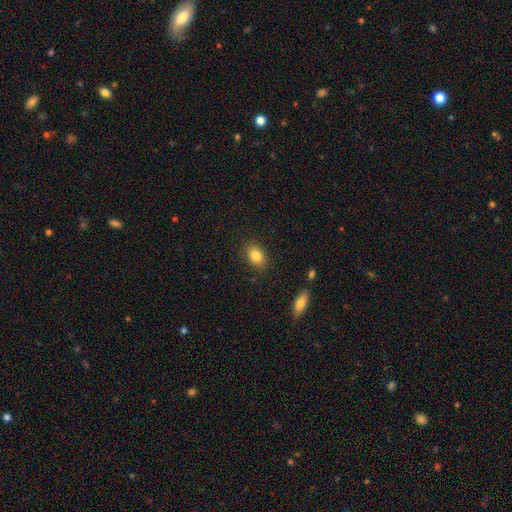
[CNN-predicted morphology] Smooth or featured?
  - smooth: 83% *
  - star or artifact: 9%
  - featured or disk: 8%
How rounded?
  - in between: 74% *
  - round: 24%
  - cigar-shaped: 1%
Merging?
  - none: 86% *
  - minor disturbance: 10%
  - major disturbance: 3%
  - merger: 1%